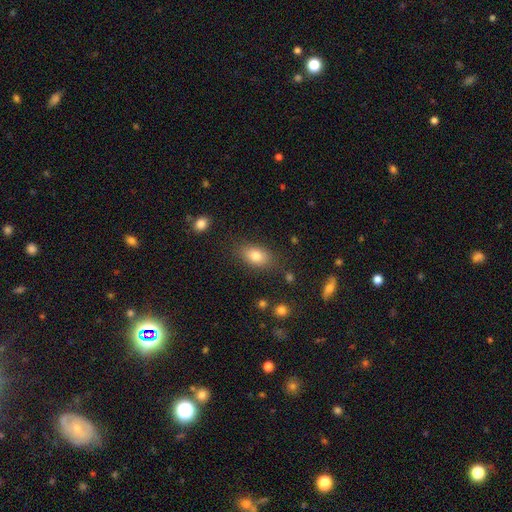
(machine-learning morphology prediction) This appears to be a smooth galaxy with no disk features (80%) that is in between round and cigar-shaped (84%). Merging: none (80%).